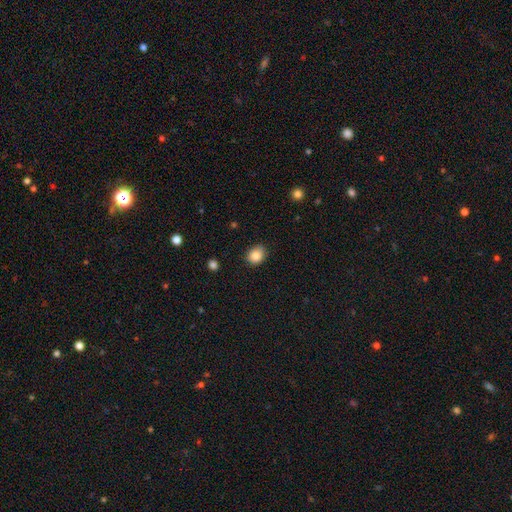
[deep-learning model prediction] This is clearly a smooth galaxy (85%). How rounded: possibly round (54%). Merging: clearly none (82%).